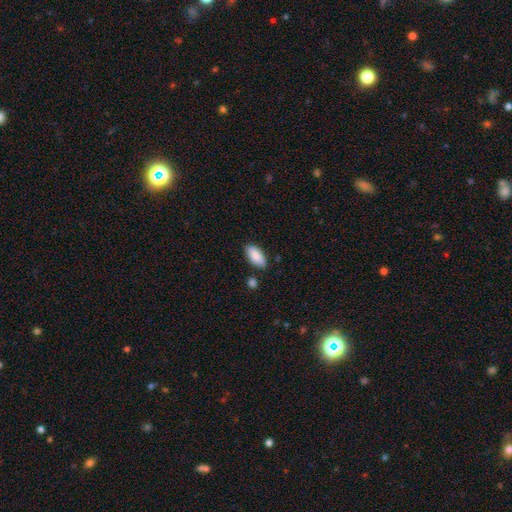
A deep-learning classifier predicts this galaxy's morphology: smooth 87%, featured or disk 7%, star or artifact 6%. Down the decision tree: how rounded — in between (90%); merging — none (82%).